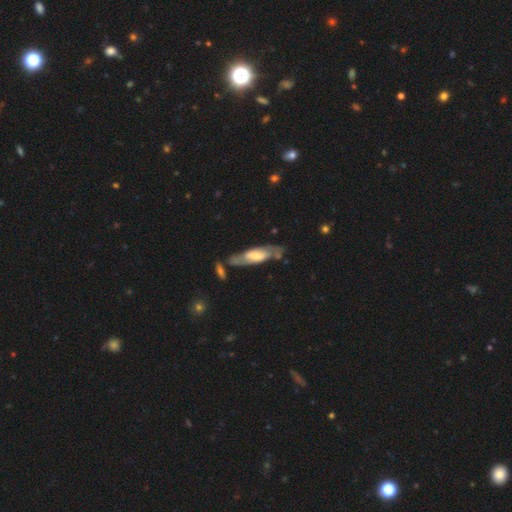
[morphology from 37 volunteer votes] This is possibly a smooth galaxy (54%). How rounded: possibly cigar-shaped (55%). Merging: possibly none (58%).